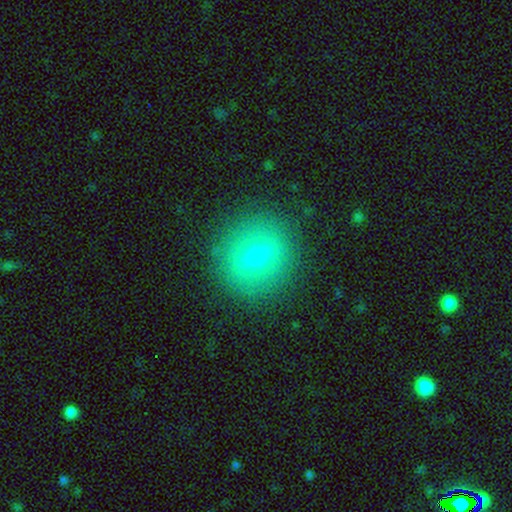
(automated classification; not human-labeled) Smooth or featured? smooth (67%)
How rounded? round (87%)
Merging? none (88%)